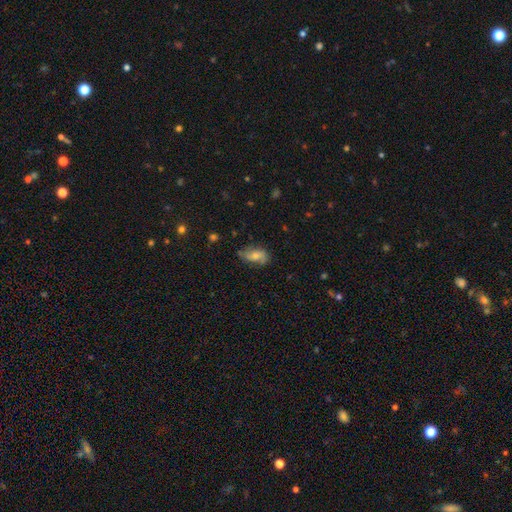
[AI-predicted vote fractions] smooth 50%, featured or disk 42%, star or artifact 9%. Down the decision tree: merging — none (65%).